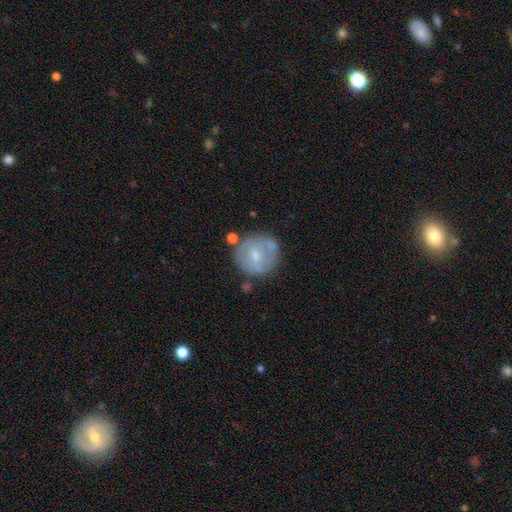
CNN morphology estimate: This is possibly a smooth galaxy (51%). How rounded: clearly round (90%). Merging: likely none (65%).